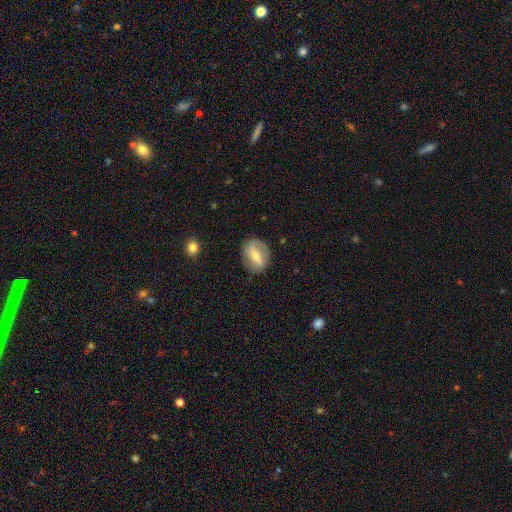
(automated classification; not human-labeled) Smooth or featured: featured or disk — 50% (smooth — 43%)
Edge-on disk: no — 88% (yes — 12%)
Merging: none — 79% (minor disturbance — 15%)